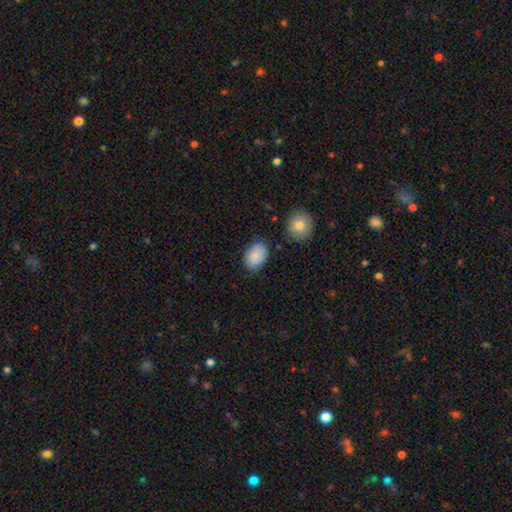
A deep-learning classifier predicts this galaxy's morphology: smooth_or_featured: smooth (p=0.86) [alt: star or artifact p=0.07]
how_rounded: in between (p=0.78) [alt: round p=0.21]
merging: none (p=0.75) [alt: minor disturbance p=0.18]